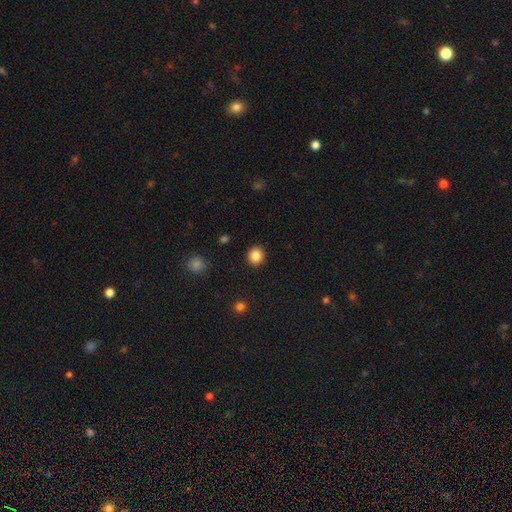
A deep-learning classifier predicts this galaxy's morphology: smooth_or_featured: smooth (p=0.85) [alt: star or artifact p=0.10]
how_rounded: round (p=0.84) [alt: in between p=0.16]
merging: none (p=0.92) [alt: minor disturbance p=0.05]